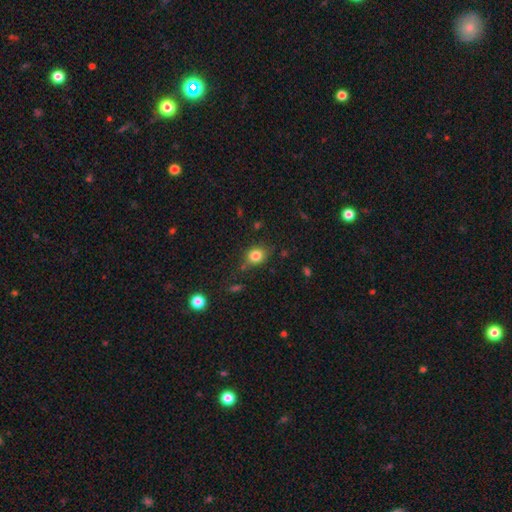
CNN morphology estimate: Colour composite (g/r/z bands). It shows a smooth galaxy with no disk features (82%) that is round (59%). Merging: none (74%).